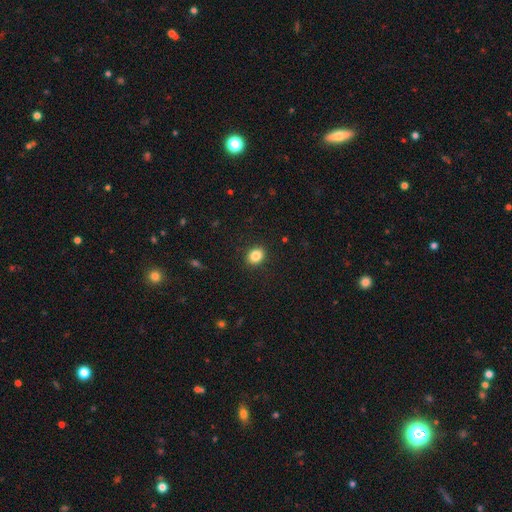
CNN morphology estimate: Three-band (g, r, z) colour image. It shows a smooth galaxy with no disk features (86%) that is in between round and cigar-shaped (50%). Merging: none (90%).